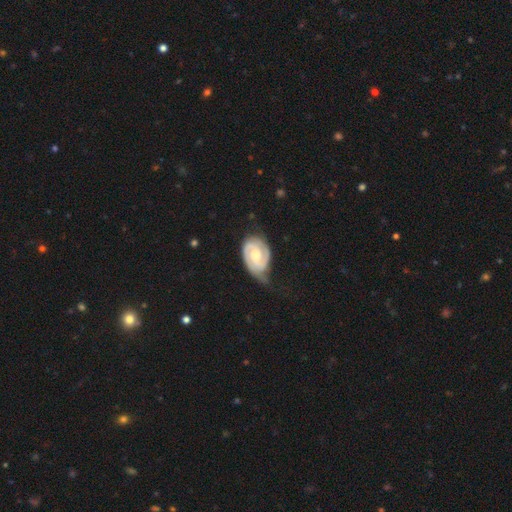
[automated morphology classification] Overall: featured or disk (84%). Edge-on disk: no (98%). Bar: no (55%; weak 37%). Spiral arms: yes (97%). Spiral arm count: 2 (78%). Spiral winding: tight (63%; medium 30%). Bulge size: moderate (53%; small 29%). Merging: none (48%; minor disturbance 34%).